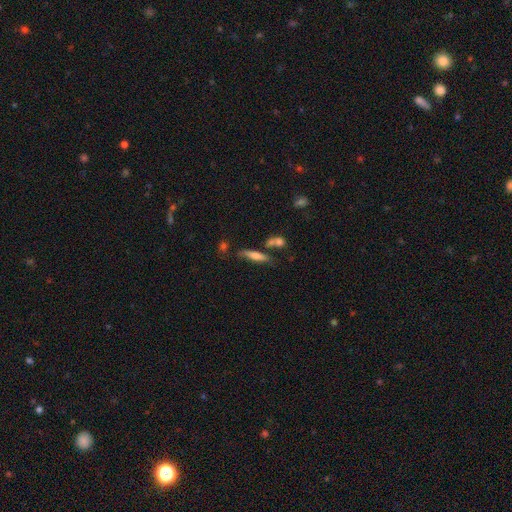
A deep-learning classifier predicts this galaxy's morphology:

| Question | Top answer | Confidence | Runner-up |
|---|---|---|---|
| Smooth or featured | smooth | 61% | featured or disk (31%) |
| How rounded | cigar-shaped | 78% | in between (20%) |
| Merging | none | 61% | minor disturbance (19%) |